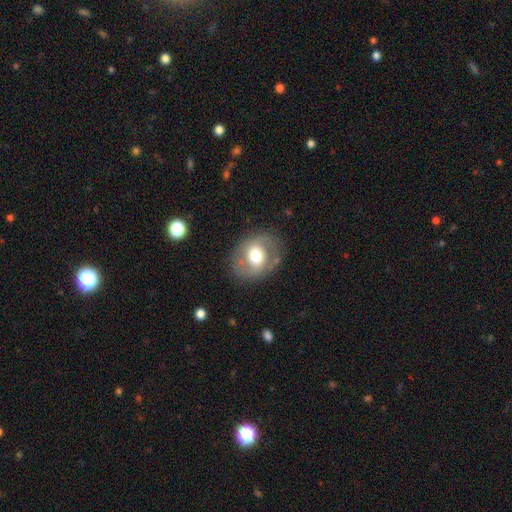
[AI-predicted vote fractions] Q: Smooth or featured?
A: smooth (51%); runner-up: featured or disk (41%)
Q: How rounded?
A: round (50%); runner-up: in between (49%)
Q: Merging?
A: none (76%); runner-up: minor disturbance (14%)